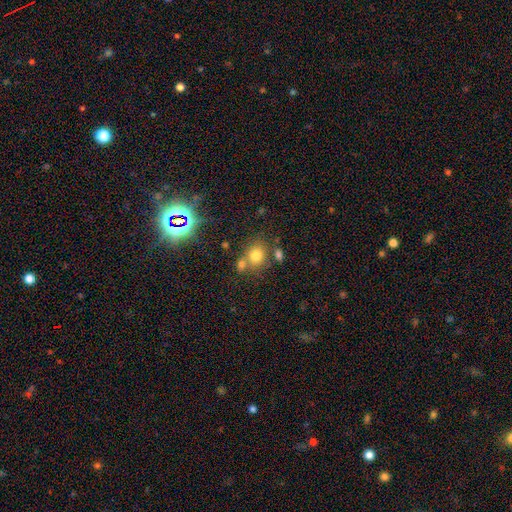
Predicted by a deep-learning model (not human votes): Overall: smooth (74%). How rounded: round (64%; in between 35%). Merging: none (57%; merger 26%).